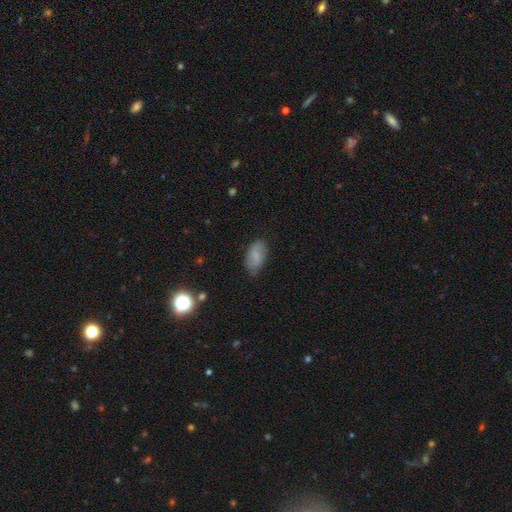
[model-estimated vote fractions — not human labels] smooth 77%, featured or disk 15%, star or artifact 8%. Down the decision tree: how rounded — in between (93%); merging — none (72%).